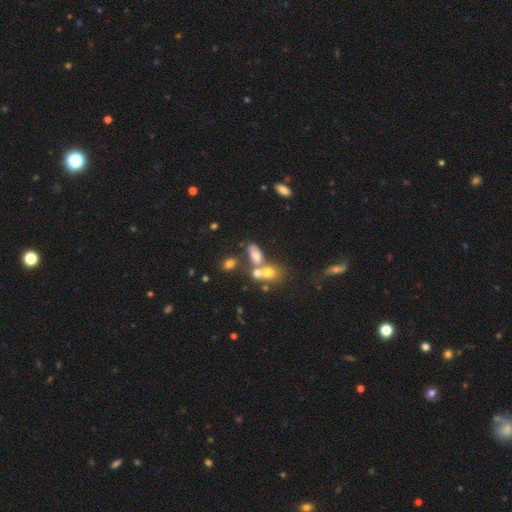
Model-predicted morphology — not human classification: Smooth or featured?
  - smooth: 59% *
  - featured or disk: 24%
  - star or artifact: 17%
How rounded?
  - in between: 80% *
  - round: 15%
  - cigar-shaped: 5%
Merging?
  - merger: 49% *
  - none: 29%
  - minor disturbance: 13%
  - major disturbance: 9%